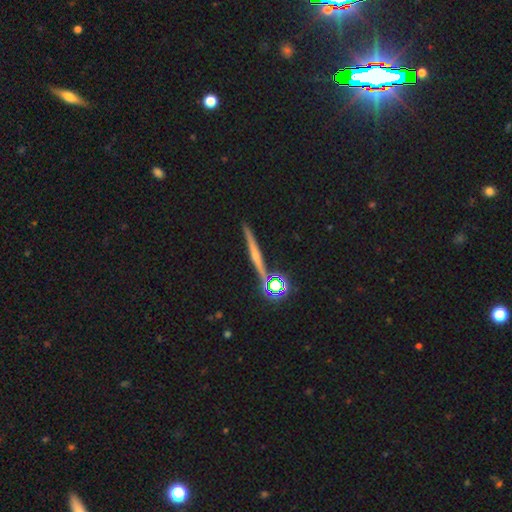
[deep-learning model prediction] Smooth or featured?
  - featured or disk: 63% *
  - smooth: 21%
  - star or artifact: 16%
Edge-on disk?
  - yes: 97% *
  - no: 3%
Edge-on bulge?
  - rounded: 66% *
  - none: 26%
  - boxy: 8%
Merging?
  - none: 88% *
  - minor disturbance: 6%
  - merger: 3%
  - major disturbance: 2%